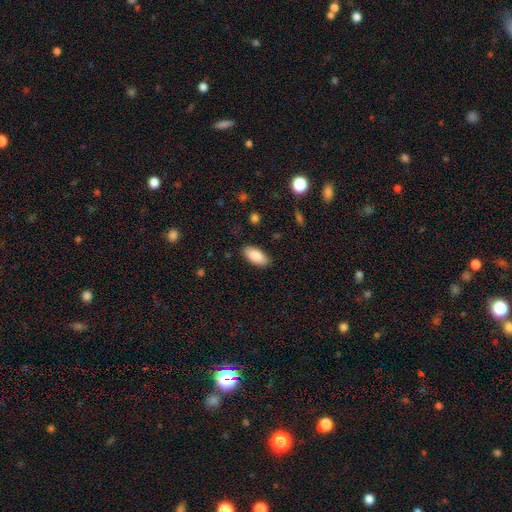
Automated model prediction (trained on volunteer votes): Morphology: type=smooth (88%); roundness=in between (92%); merging=none (87%).